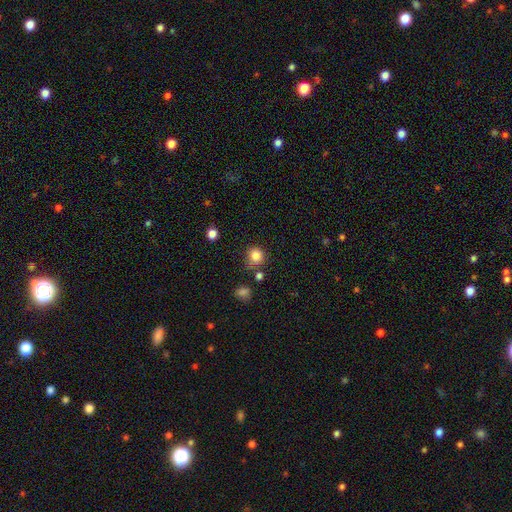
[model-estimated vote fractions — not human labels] This is clearly a smooth galaxy (84%). How rounded: clearly round (88%). Merging: likely none (76%).